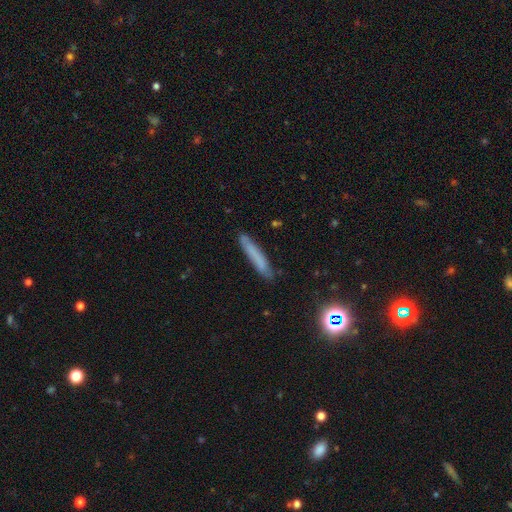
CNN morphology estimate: A smooth galaxy with no disk features (68%) that is cigar-shaped (93%).

Vote fractions:
- Smooth or featured? smooth: 68% / featured or disk: 21% / star or artifact: 11%
- How rounded? cigar-shaped: 93% / in between: 6% / round: 2%
- Merging? none: 81% / minor disturbance: 14% / major disturbance: 3% / merger: 2%